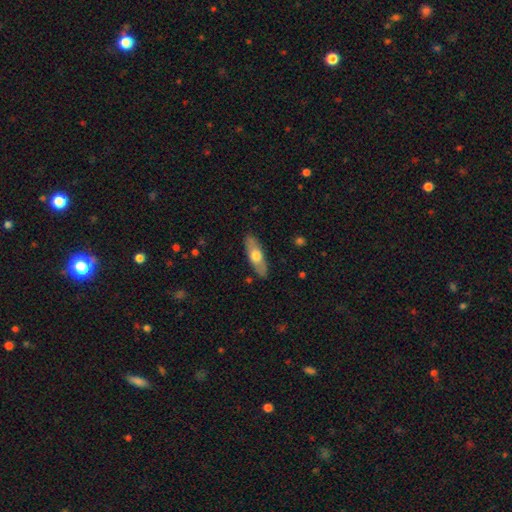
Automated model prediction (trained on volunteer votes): smooth 57%, featured or disk 38%, star or artifact 5%. Down the decision tree: how rounded — in between (56%); merging — none (87%).